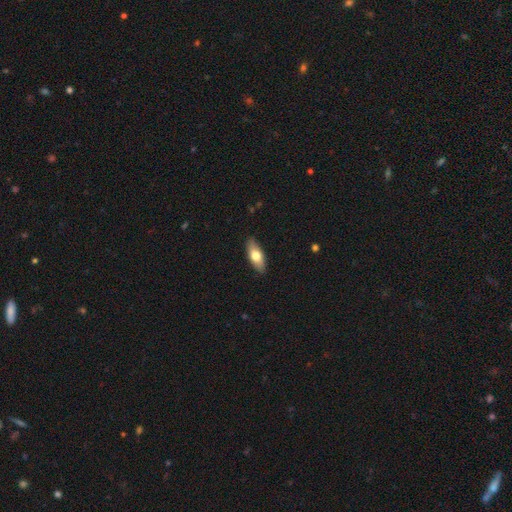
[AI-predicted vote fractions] Overall: smooth (68%). How rounded: in between (77%). Merging: none (88%).